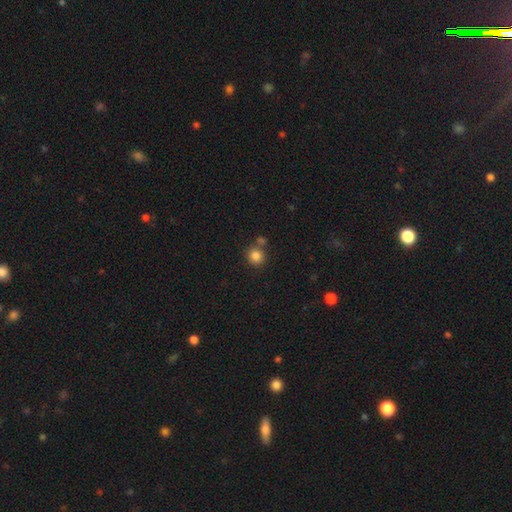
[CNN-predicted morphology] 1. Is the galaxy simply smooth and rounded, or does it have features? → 84% smooth, 11% star or artifact, 5% featured or disk.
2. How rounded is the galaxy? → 88% round, 11% in between, 1% cigar-shaped.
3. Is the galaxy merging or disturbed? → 71% none, 17% merger, 9% minor disturbance, 3% major disturbance.